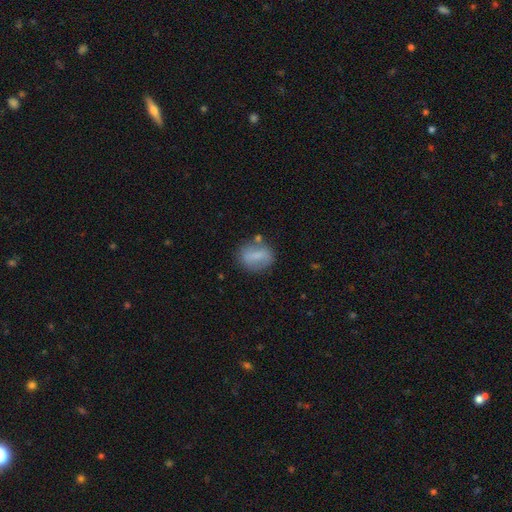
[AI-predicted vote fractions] Smooth or featured? smooth (69%)
How rounded? in between (57%)
Merging? none (70%)